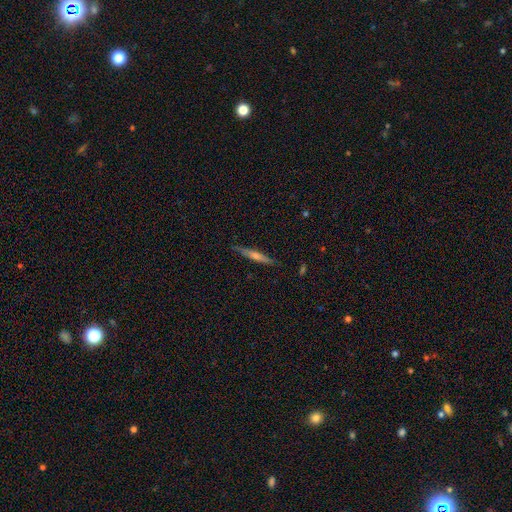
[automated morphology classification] Smooth or featured? Predicted: featured or disk (p=0.55). Edge-on disk? Predicted: yes (p=0.96). Edge-on bulge? Predicted: rounded (p=0.70). Merging? Predicted: none (p=0.87).